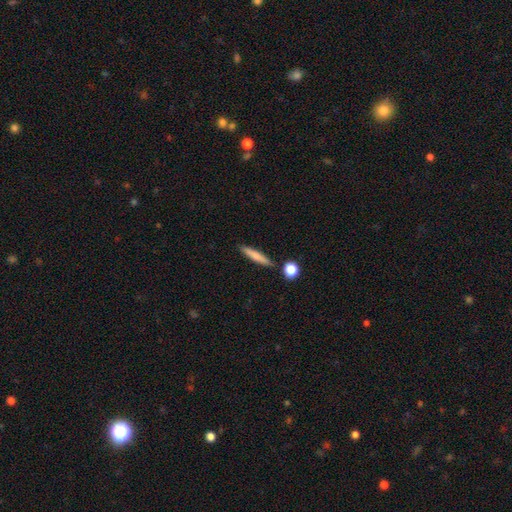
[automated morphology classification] Overall: smooth (73%). How rounded: cigar-shaped (89%). Merging: none (86%).